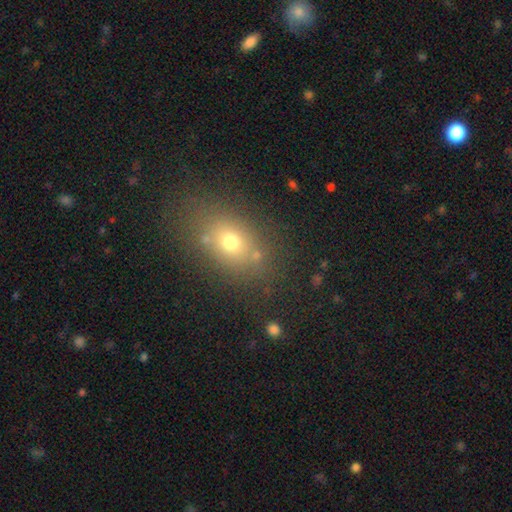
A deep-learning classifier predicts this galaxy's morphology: Overall: smooth (68%). How rounded: in between (64%; round 34%). Merging: none (75%).